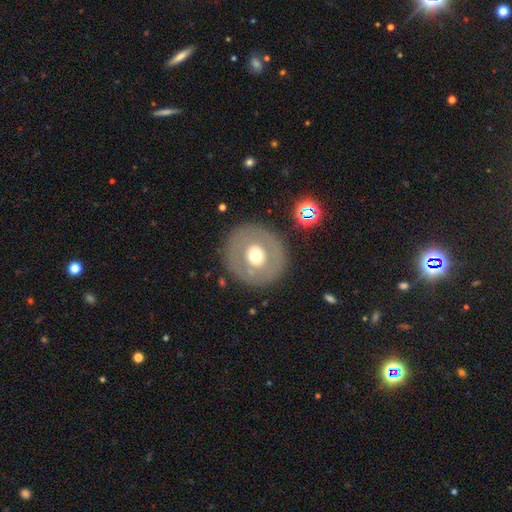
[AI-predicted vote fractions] Overall: smooth (49%; featured or disk 43%). Merging: none (84%).